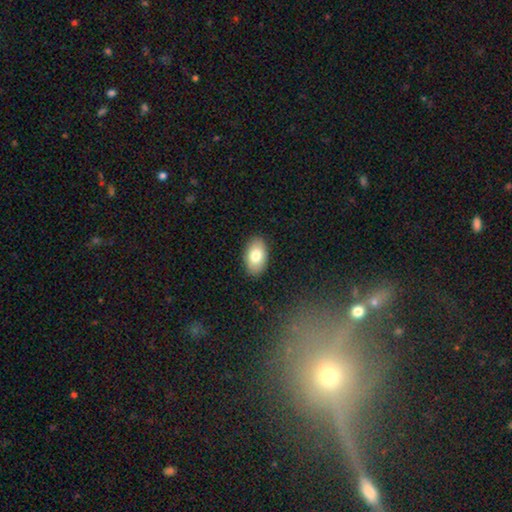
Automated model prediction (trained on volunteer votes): A smooth galaxy with no disk features (79%) that is in between round and cigar-shaped (92%). Merging: none (89%).